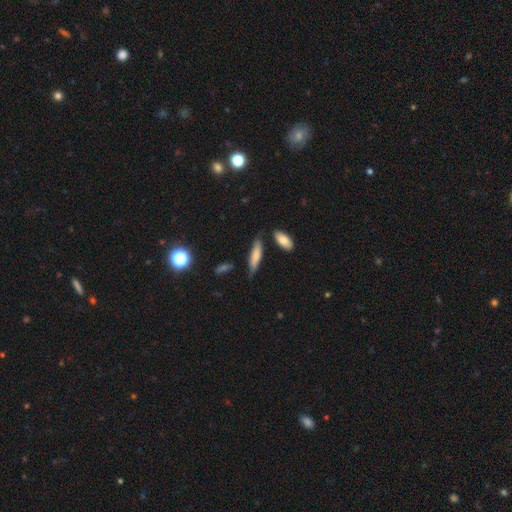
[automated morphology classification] type=smooth (73%); roundness=cigar-shaped (69%); merging=none (74%).